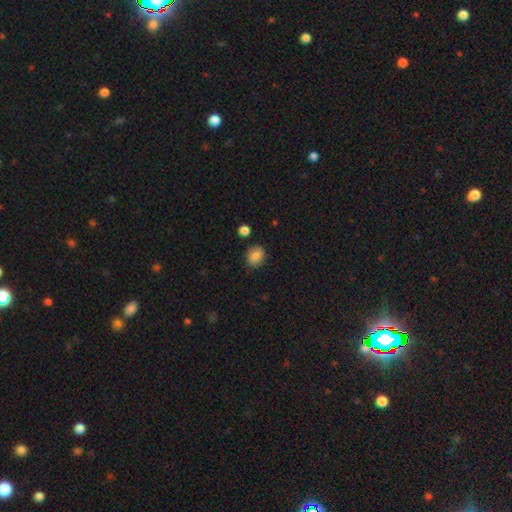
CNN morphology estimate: A smooth galaxy with no disk features (85%) that is round (64%). Merging: none (82%).